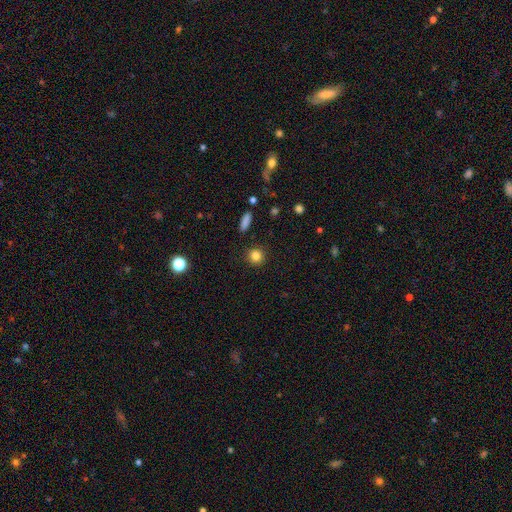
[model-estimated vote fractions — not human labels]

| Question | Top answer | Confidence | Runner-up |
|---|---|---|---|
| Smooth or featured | smooth | 84% | star or artifact (11%) |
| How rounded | round | 90% | in between (9%) |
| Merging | none | 91% | minor disturbance (6%) |